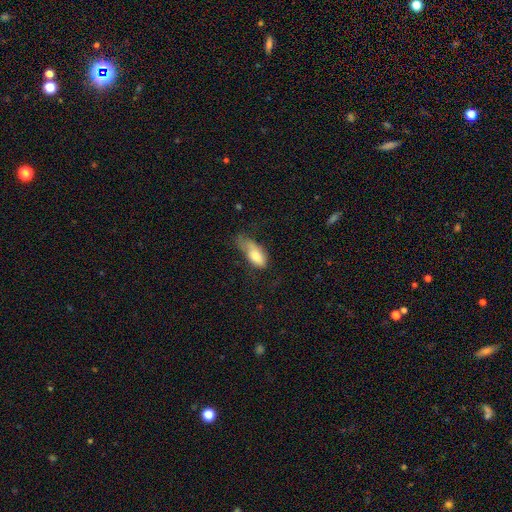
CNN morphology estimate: Overall: smooth (75%). How rounded: in between (84%). Merging: major disturbance (37%, tied with minor disturbance).